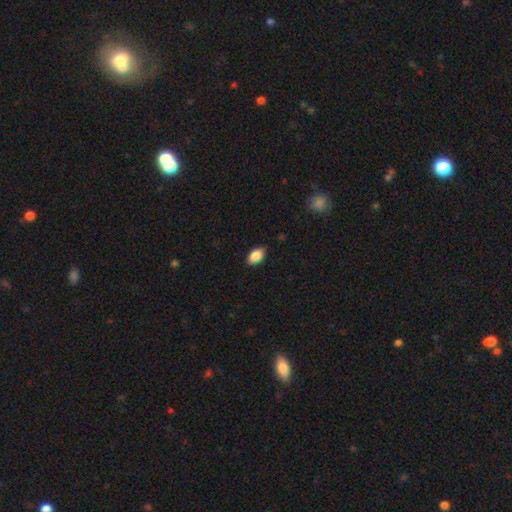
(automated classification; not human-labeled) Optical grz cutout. It shows a smooth galaxy with no disk features (88%) that is in between round and cigar-shaped (91%). Merging: none (84%).